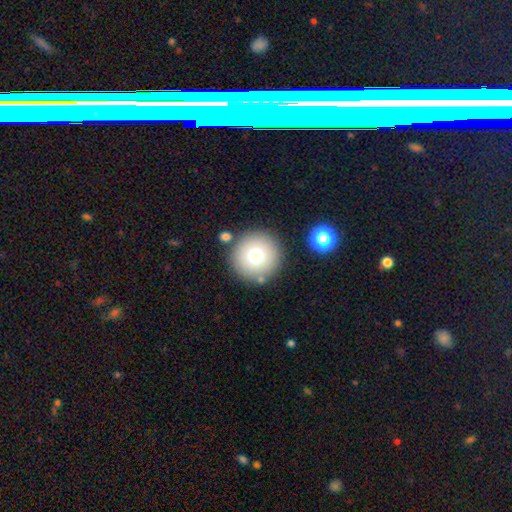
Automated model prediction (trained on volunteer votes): Smooth or featured? smooth (75%)
How rounded? round (96%)
Merging? none (86%)